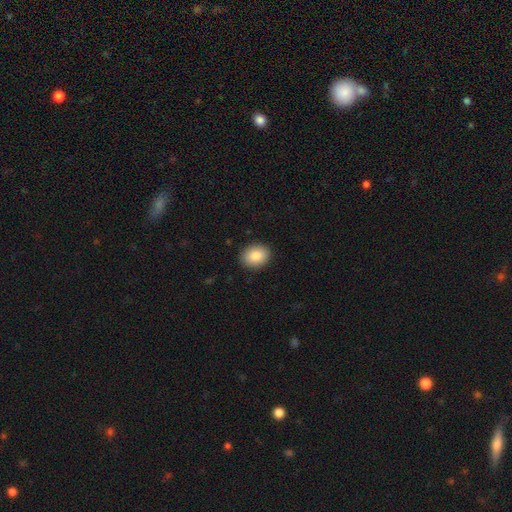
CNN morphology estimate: A smooth galaxy with no disk features (85%) that is in between round and cigar-shaped (50%).

Vote fractions:
- Smooth or featured? smooth: 85% / star or artifact: 8% / featured or disk: 7%
- How rounded? in between: 50% / round: 49% / cigar-shaped: 1%
- Merging? none: 90% / minor disturbance: 7% / major disturbance: 2% / merger: 1%